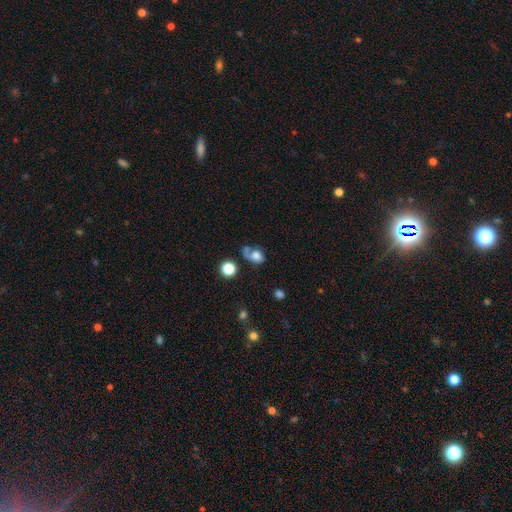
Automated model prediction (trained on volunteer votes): The model was most divided on "how rounded": in between: 52%, round: 46%, cigar-shaped: 2%. Remaining: smooth or featured — smooth (69%); merging — none (33%).